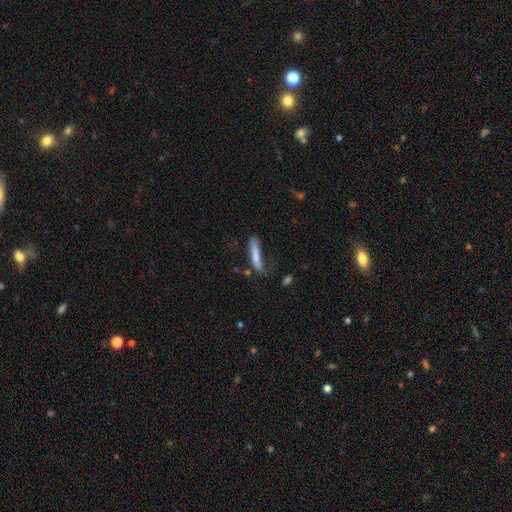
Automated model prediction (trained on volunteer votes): Overall: smooth (75%). How rounded: cigar-shaped (89%). Merging: none (55%; minor disturbance 26%).